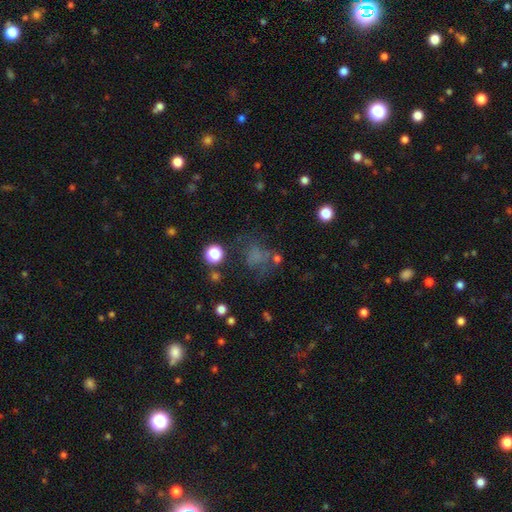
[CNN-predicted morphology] This is possibly a smooth galaxy (55%). How rounded: likely round (64%). Merging: possibly none (53%).